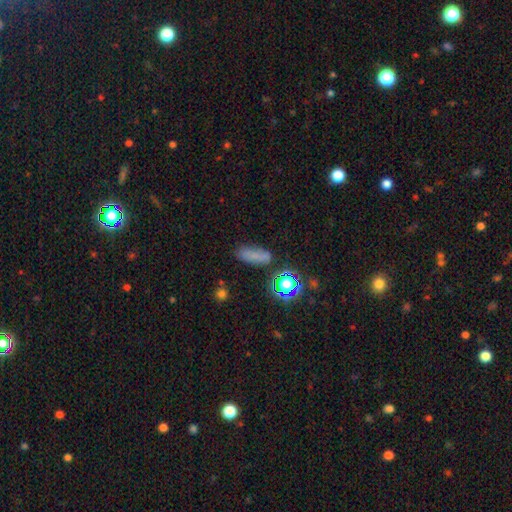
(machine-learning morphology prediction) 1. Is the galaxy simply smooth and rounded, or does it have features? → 68% smooth, 22% star or artifact, 10% featured or disk.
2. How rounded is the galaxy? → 55% in between, 37% cigar-shaped, 8% round.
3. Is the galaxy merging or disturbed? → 71% none, 18% minor disturbance, 6% major disturbance, 5% merger.